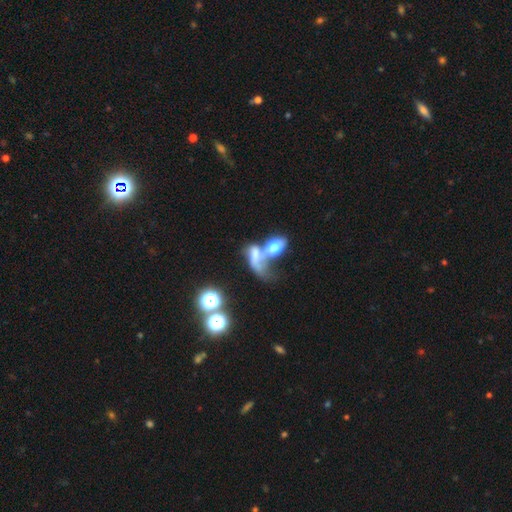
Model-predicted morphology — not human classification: The model was most divided on "smooth or featured": smooth: 50%, featured or disk: 36%, star or artifact: 14%. More confident: how rounded — in between (79%); merging — merger (72%).